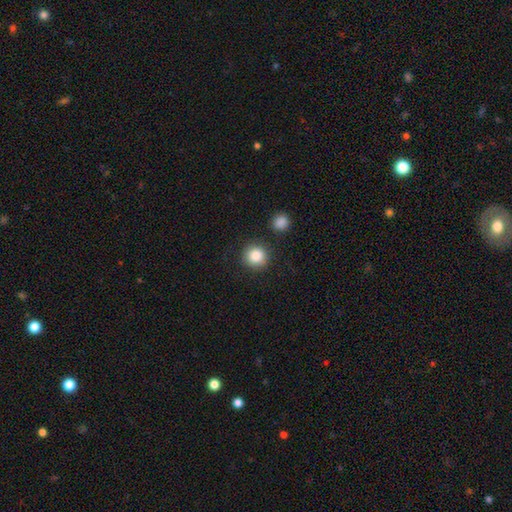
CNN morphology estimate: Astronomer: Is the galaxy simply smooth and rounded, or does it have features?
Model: smooth — 86%.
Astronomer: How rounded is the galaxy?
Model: round — 93%.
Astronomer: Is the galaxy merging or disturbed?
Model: none — 85%.